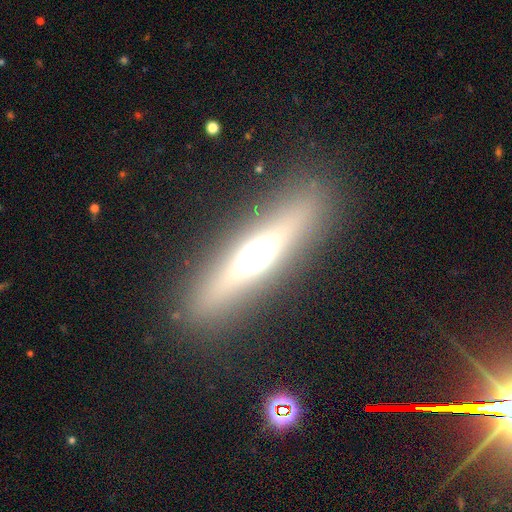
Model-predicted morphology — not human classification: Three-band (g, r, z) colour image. It shows a featured or disk galaxy (60%) viewed edge-on (90%) with a rounded central bulge (89%). Merging: none (87%).